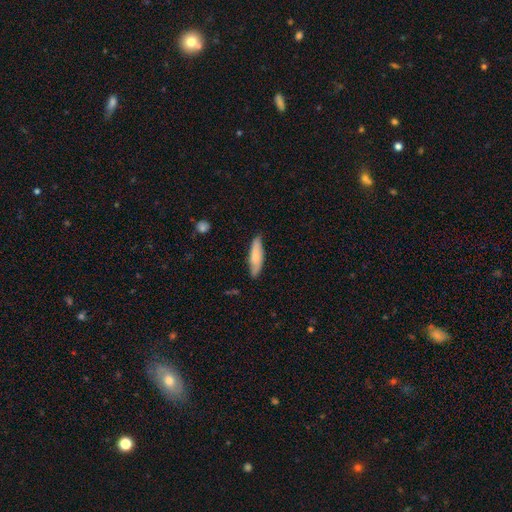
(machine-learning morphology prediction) The model was most divided on "how rounded": cigar-shaped: 62%, in between: 36%, round: 2%. More confident: merging — none (79%); smooth or featured — smooth (71%).